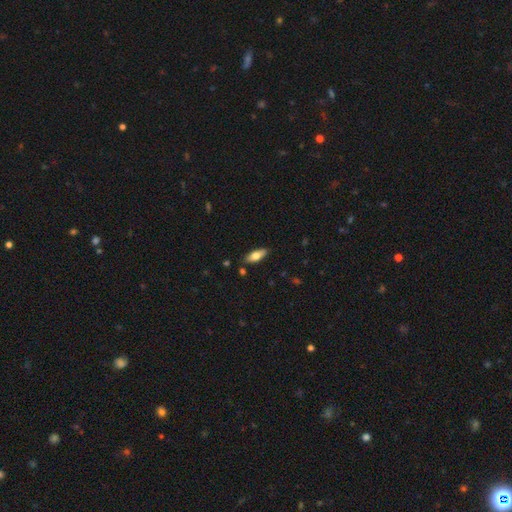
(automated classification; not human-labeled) Smooth or featured?
  - smooth: 67% *
  - featured or disk: 26%
  - star or artifact: 6%
How rounded?
  - in between: 69% *
  - cigar-shaped: 29%
  - round: 2%
Merging?
  - none: 86% *
  - minor disturbance: 10%
  - major disturbance: 2%
  - merger: 2%